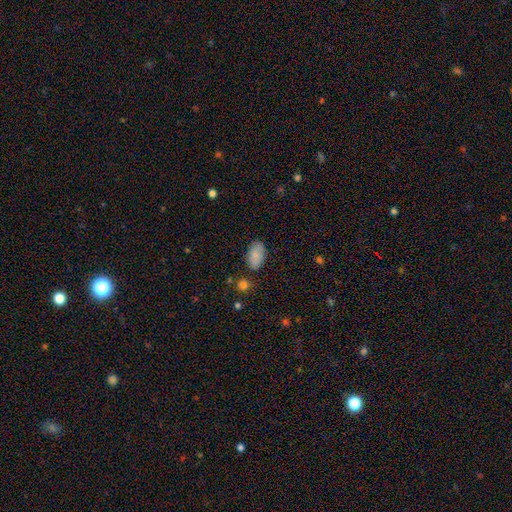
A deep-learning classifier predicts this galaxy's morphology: This is clearly a smooth galaxy (87%). How rounded: clearly in between (93%). Merging: likely none (78%).